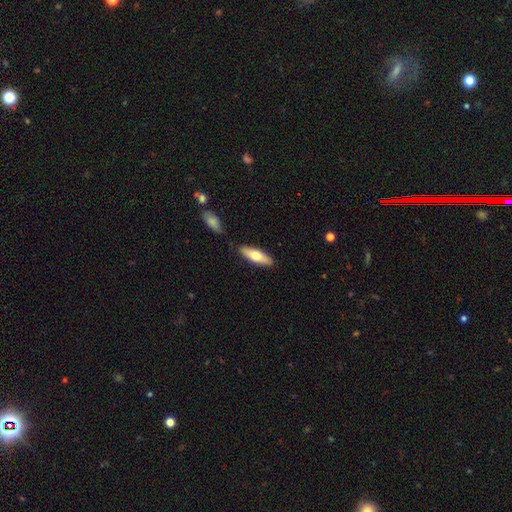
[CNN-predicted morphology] Q: Smooth or featured?
A: smooth (63%); runner-up: featured or disk (31%)
Q: How rounded?
A: cigar-shaped (50%); runner-up: in between (48%)
Q: Merging?
A: none (84%); runner-up: minor disturbance (10%)